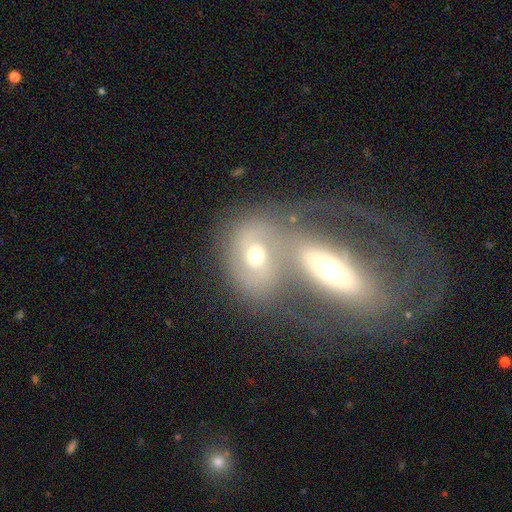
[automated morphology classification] This is possibly a featured or disk galaxy (54%). It is clearly not viewed edge-on (88%). Merging: likely merger (68%).